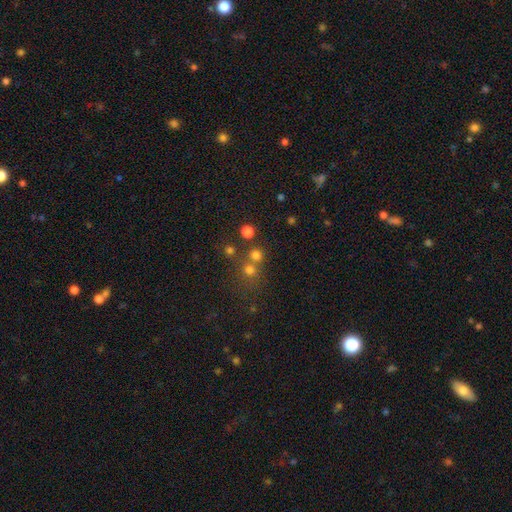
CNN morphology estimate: A smooth galaxy with no disk features (71%) that is round (91%).

Vote fractions:
- Smooth or featured? smooth: 71% / star or artifact: 21% / featured or disk: 8%
- How rounded? round: 91% / in between: 8% / cigar-shaped: 1%
- Merging? none: 62% / merger: 29% / minor disturbance: 6% / major disturbance: 3%